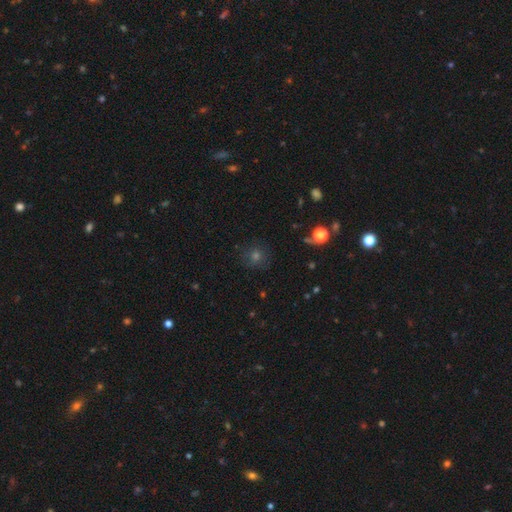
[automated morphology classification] A smooth galaxy with no disk features (53%) that is round (91%). Merging: none (85%).